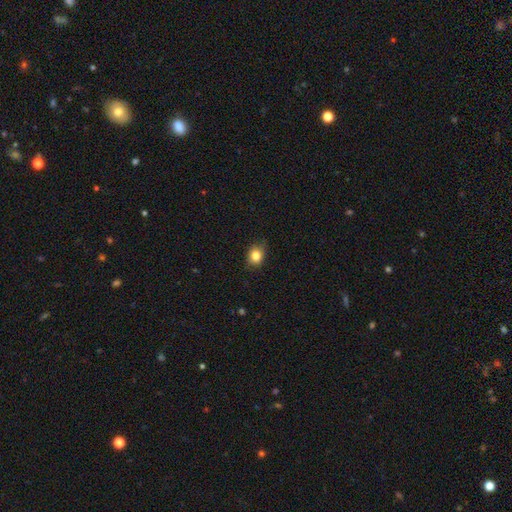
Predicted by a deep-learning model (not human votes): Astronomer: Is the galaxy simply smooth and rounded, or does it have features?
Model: smooth — 83%.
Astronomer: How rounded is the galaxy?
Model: round — 60% (runner-up: in between, 39%).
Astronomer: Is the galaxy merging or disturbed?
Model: none — 77%.